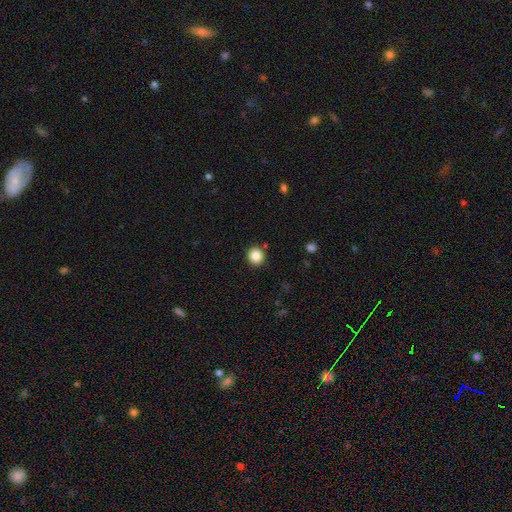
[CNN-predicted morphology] smooth 85%, star or artifact 11%, featured or disk 5%. Down the decision tree: how rounded — round (93%); merging — none (89%).